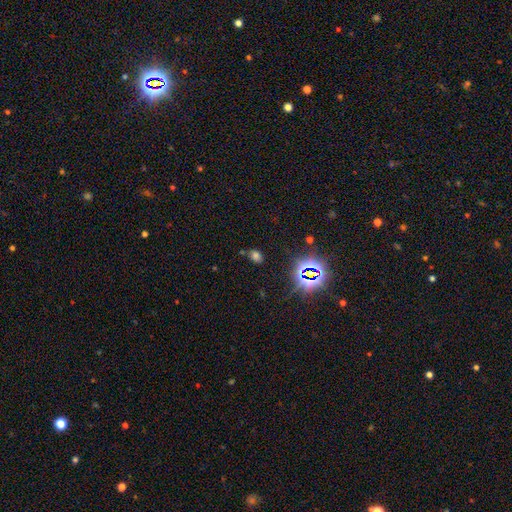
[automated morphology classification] smooth-or-featured: smooth: 56% | star or artifact: 35% | featured or disk: 8%
  how-rounded: in between: 74% | round: 24% | cigar-shaped: 2%
  merging: none: 74% | minor disturbance: 14% | merger: 7% | major disturbance: 5%